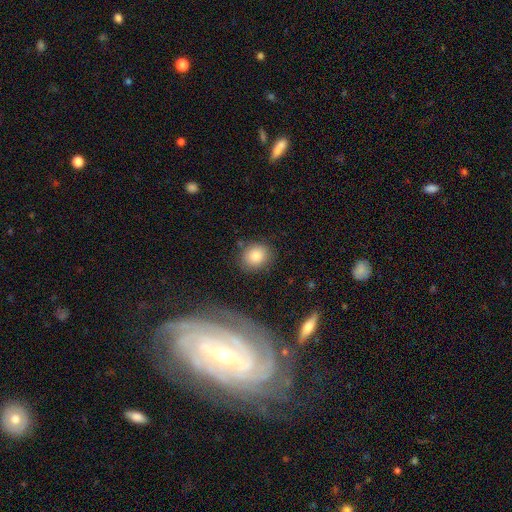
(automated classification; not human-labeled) smooth_or_featured: smooth (p=0.84) [alt: star or artifact p=0.09]
how_rounded: round (p=0.71) [alt: in between p=0.28]
merging: none (p=0.82) [alt: minor disturbance p=0.12]